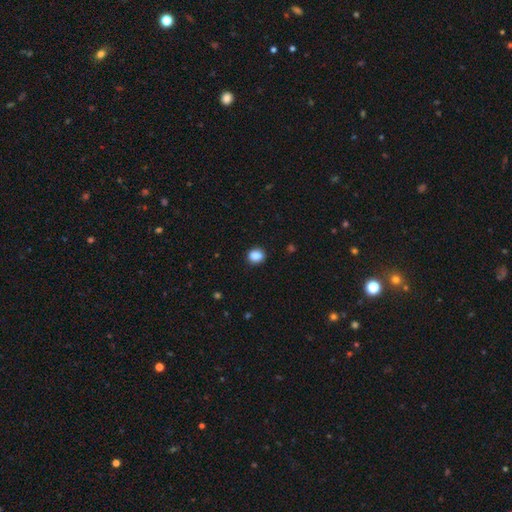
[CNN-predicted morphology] smooth-or-featured: smooth: 87% | star or artifact: 9% | featured or disk: 4%
  how-rounded: round: 55% | in between: 44% | cigar-shaped: 1%
  merging: none: 85% | minor disturbance: 11% | major disturbance: 3% | merger: 2%